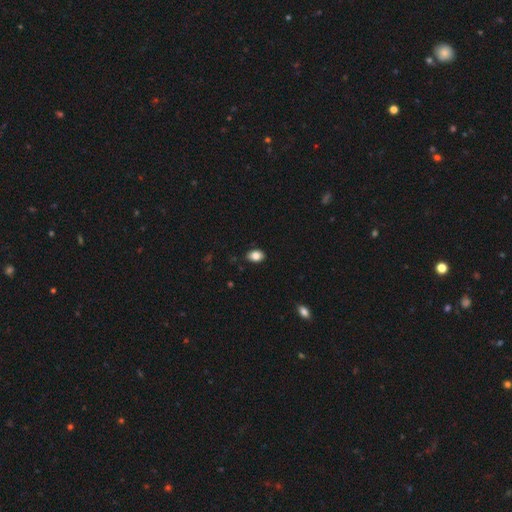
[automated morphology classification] type=smooth (86%); roundness=in between (80%); merging=none (86%).